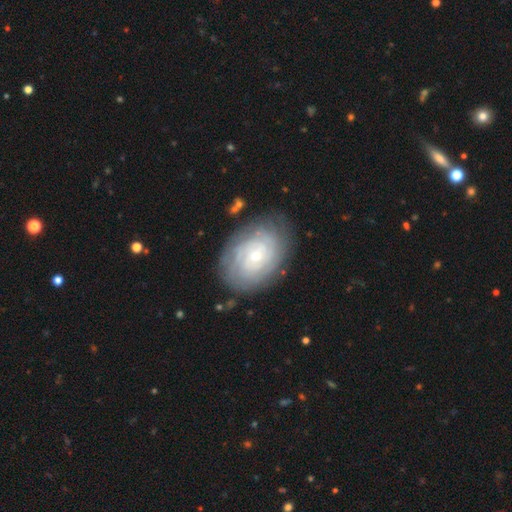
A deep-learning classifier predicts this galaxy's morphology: smooth-or-featured: featured or disk: 77% | smooth: 17% | star or artifact: 6%
  disk-edge-on: no: 96% | yes: 4%
    bar: no: 78% | weak: 18% | strong: 4%
    has-spiral-arms: yes: 88% | no: 12%
      spiral-winding: tight: 82% | medium: 14% | loose: 4%
      spiral-arm-count: can't tell: 53% | 4: 12% | 2: 12% | 3: 10% | more than 4: 9% | 1: 5%
    bulge-size: small: 72% | moderate: 24% | large: 1% | none: 1% | dominant: 1%
  merging: none: 80% | minor disturbance: 14% | major disturbance: 5% | merger: 1%